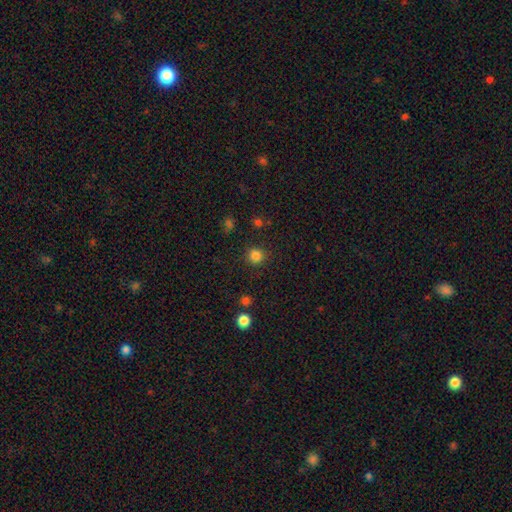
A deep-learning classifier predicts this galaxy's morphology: Smooth or featured? Predicted: smooth (p=0.83). How rounded? Predicted: round (p=0.94). Merging? Predicted: none (p=0.89).